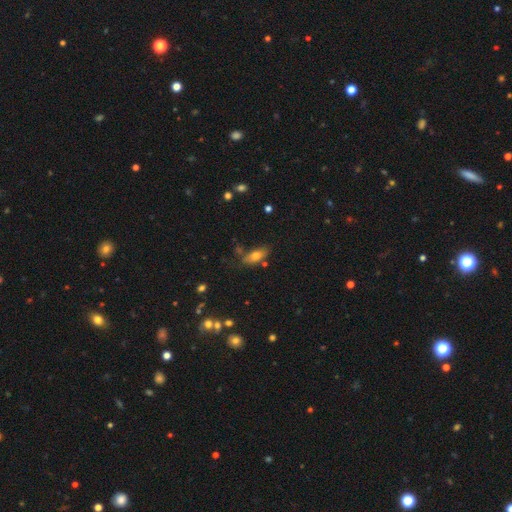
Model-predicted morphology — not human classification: type=smooth (72%); roundness=in between (80%); merging=none (68%).